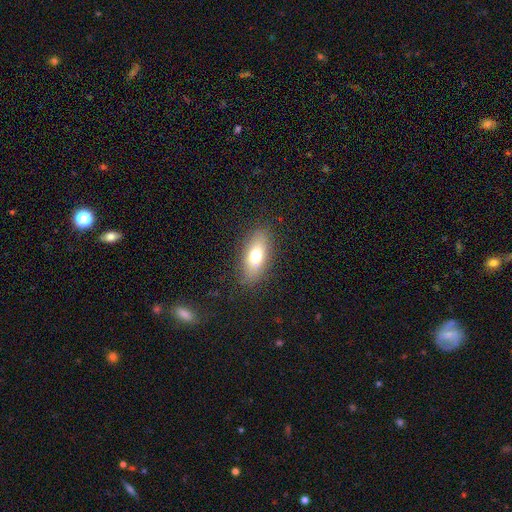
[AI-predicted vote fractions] This appears to be a smooth galaxy with no disk features (68%) that is in between round and cigar-shaped (77%). Merging: none (85%).